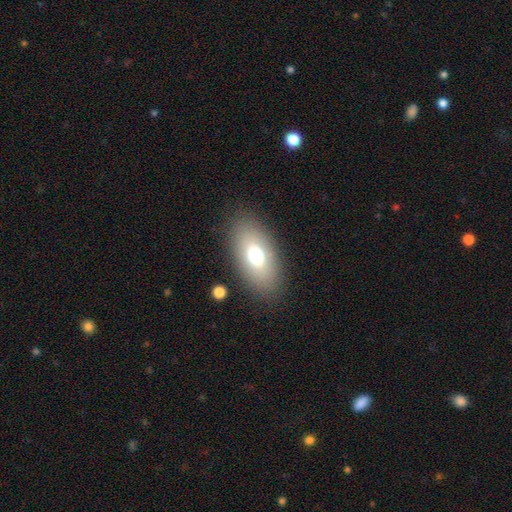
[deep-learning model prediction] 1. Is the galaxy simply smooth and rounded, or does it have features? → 68% smooth, 23% featured or disk, 10% star or artifact.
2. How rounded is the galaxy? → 90% in between, 6% round, 4% cigar-shaped.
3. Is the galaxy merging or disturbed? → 85% none, 9% minor disturbance, 4% major disturbance, 2% merger.